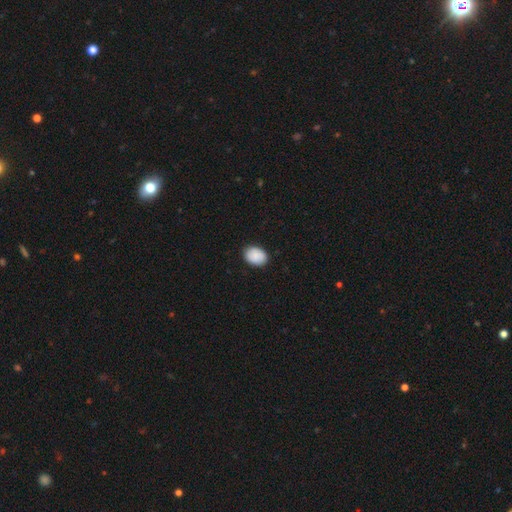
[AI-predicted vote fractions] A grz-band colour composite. It shows a smooth galaxy with no disk features (90%) that is in between round and cigar-shaped (75%). Merging: none (88%).